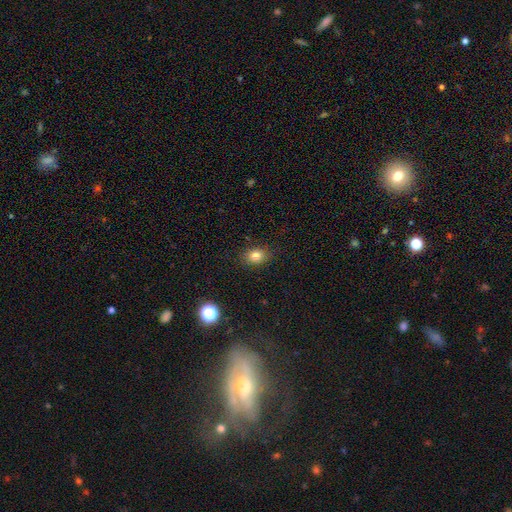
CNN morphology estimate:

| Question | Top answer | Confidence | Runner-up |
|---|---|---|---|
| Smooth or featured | smooth | 79% | star or artifact (12%) |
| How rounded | in between | 59% | round (40%) |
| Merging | none | 87% | minor disturbance (9%) |